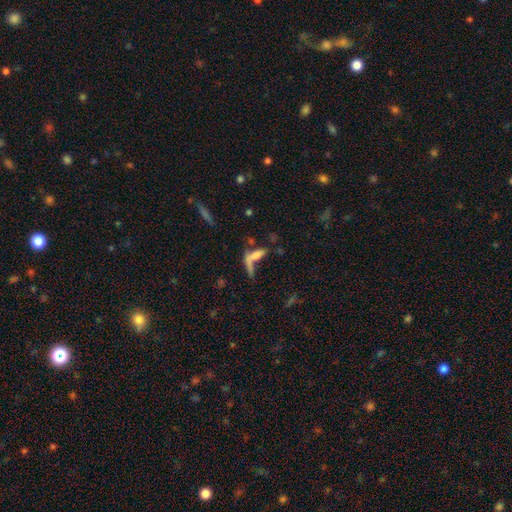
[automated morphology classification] A smooth galaxy with no disk features (58%) that is cigar-shaped (59%).

Vote fractions:
- Smooth or featured? smooth: 58% / featured or disk: 29% / star or artifact: 13%
- How rounded? cigar-shaped: 59% / in between: 36% / round: 5%
- Merging? none: 37% / merger: 36% / major disturbance: 15% / minor disturbance: 12%